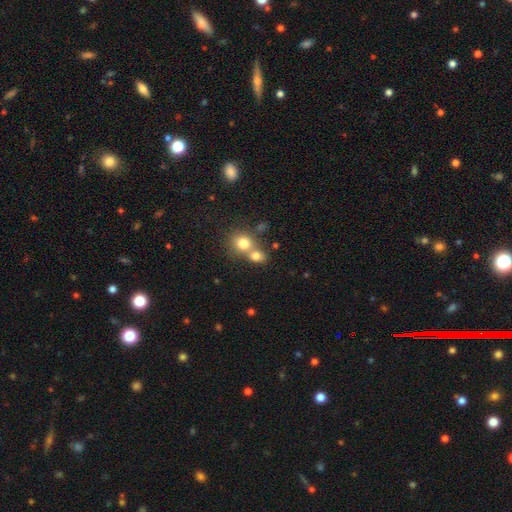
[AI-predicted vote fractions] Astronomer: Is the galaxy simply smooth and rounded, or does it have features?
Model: smooth — 76%.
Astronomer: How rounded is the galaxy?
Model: round — 63%.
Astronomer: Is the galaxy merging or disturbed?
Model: merger — 56% (runner-up: none, 33%).